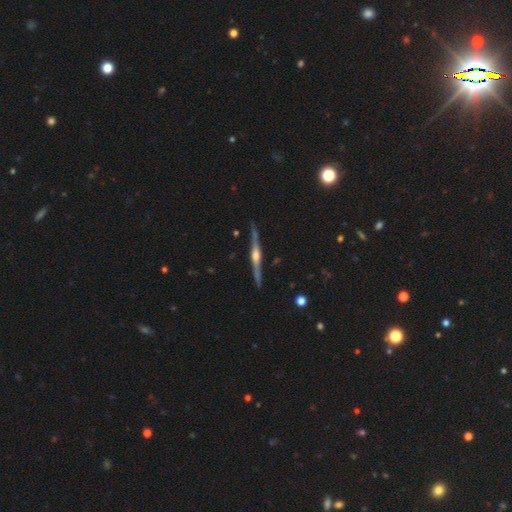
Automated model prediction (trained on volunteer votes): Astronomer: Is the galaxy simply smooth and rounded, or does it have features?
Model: featured or disk — 84%.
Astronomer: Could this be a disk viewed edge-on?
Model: yes — 98%.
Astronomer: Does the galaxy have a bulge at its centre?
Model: rounded — 86%.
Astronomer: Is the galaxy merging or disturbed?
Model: none — 87%.